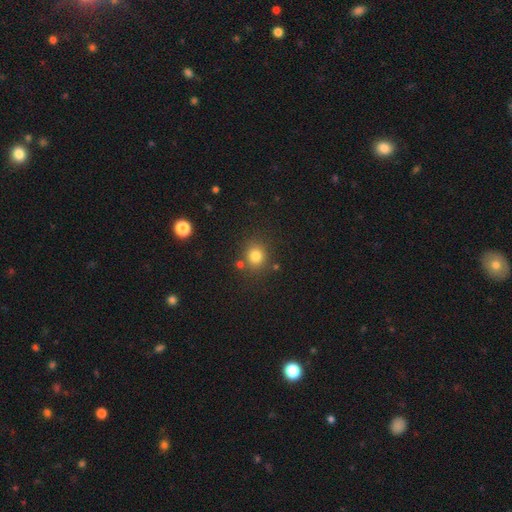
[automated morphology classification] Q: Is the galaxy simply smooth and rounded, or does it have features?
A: smooth — 80%.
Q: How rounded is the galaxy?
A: round — 80%.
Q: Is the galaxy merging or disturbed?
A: none — 78%.